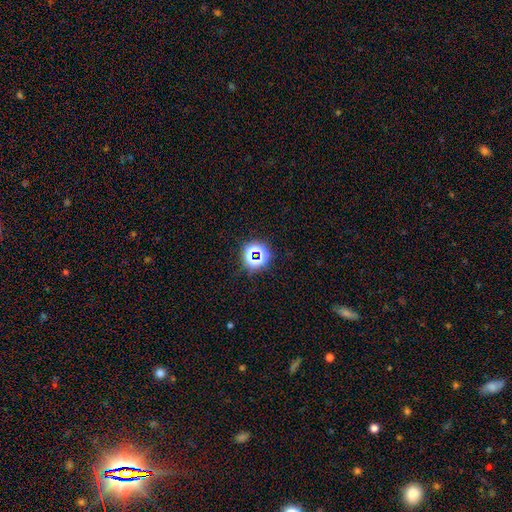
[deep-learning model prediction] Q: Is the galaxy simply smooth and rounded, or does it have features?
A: star or artifact — 63%.